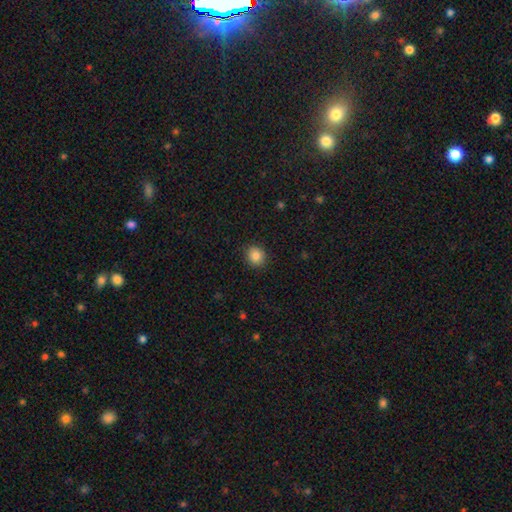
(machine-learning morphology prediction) type=smooth (85%); roundness=round (87%); merging=none (91%).